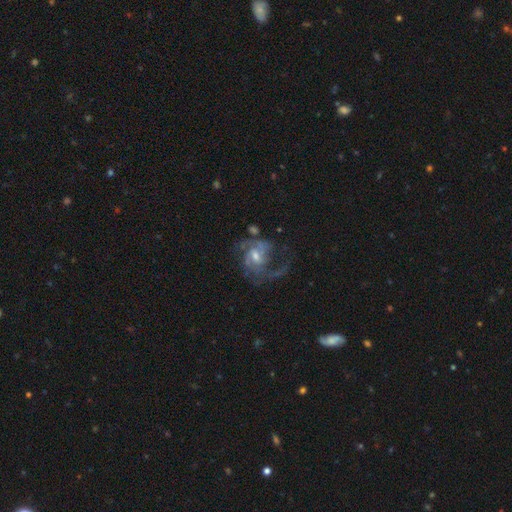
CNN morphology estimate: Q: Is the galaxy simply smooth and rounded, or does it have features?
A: featured or disk — 84%.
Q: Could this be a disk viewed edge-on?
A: no — 98%.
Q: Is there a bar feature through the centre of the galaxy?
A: weak — 50%.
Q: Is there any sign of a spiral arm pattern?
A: yes — 92%.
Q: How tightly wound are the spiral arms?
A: medium — 48%.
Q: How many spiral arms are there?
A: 2 — 46%.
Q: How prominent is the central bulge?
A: moderate — 51%.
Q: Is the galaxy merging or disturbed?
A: none — 46%.